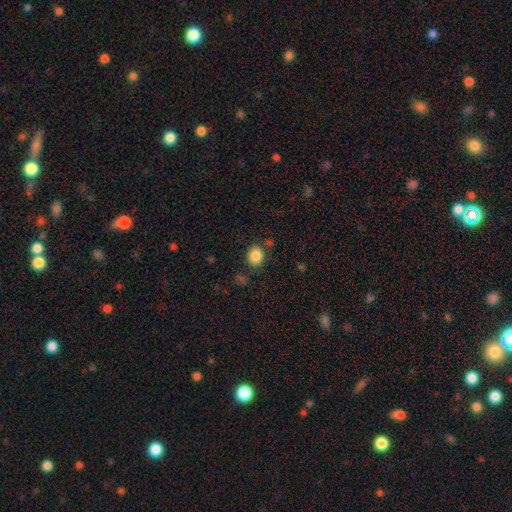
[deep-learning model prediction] Smooth or featured? smooth (86%)
How rounded? round (69%)
Merging? none (78%)